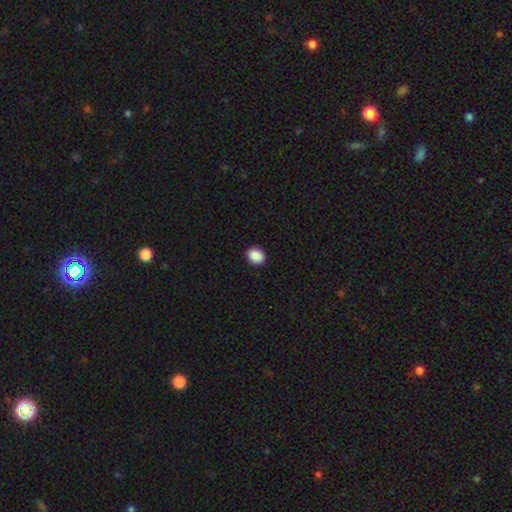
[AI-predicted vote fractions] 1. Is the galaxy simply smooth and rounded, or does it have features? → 90% smooth, 8% star or artifact, 2% featured or disk.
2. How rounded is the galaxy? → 56% round, 43% in between, 1% cigar-shaped.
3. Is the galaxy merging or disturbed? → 92% none, 6% minor disturbance, 2% major disturbance, 1% merger.